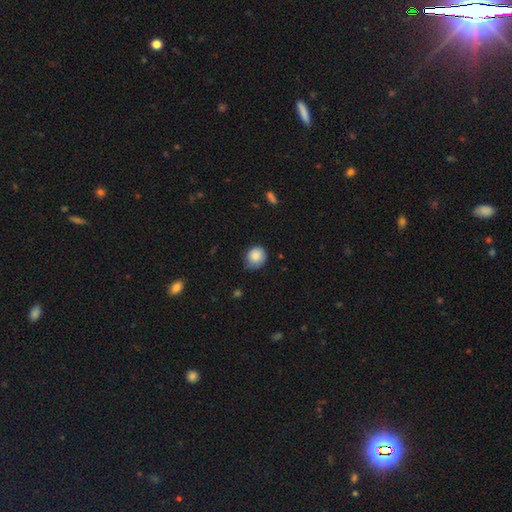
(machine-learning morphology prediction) Overall: smooth (86%). How rounded: round (77%). Merging: none (65%; minor disturbance 29%).